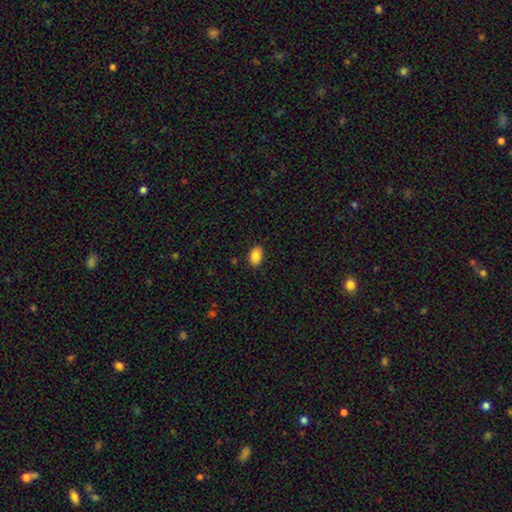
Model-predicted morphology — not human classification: This appears to be a smooth galaxy with no disk features (88%) that is in between round and cigar-shaped (85%). Merging: none (88%).